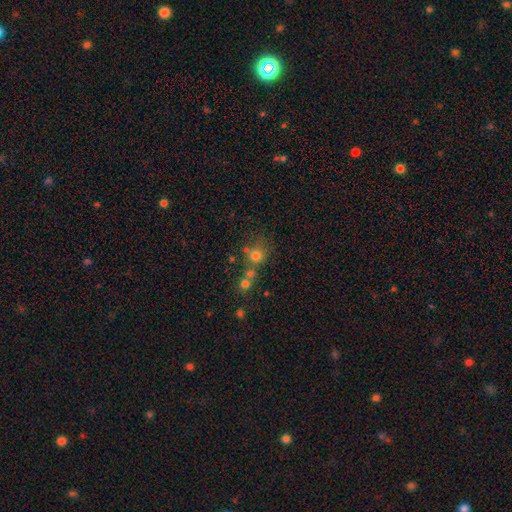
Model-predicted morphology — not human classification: The model was most divided on "merging": none: 48%, merger: 37%, minor disturbance: 10%, major disturbance: 6%. More confident: how rounded — round (84%); smooth or featured — smooth (71%).